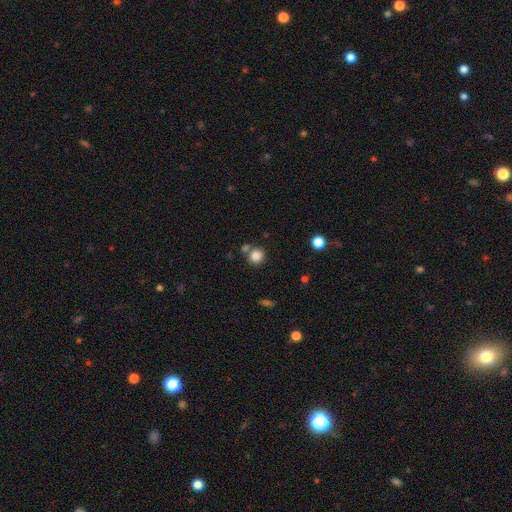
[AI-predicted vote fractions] This appears to be a smooth galaxy with no disk features (83%) that is round (89%). Merging: none (69%).